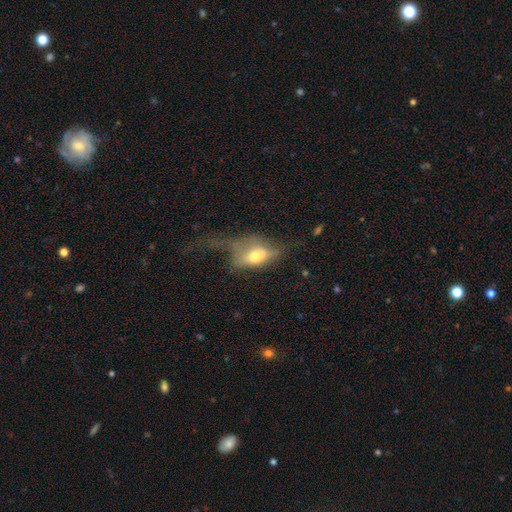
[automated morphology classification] type=smooth (58%); roundness=in between (82%); merging=major disturbance (51%).